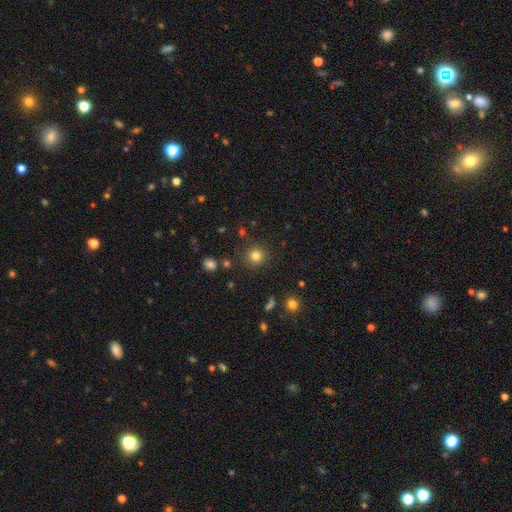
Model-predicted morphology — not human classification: Smooth or featured?
  - smooth: 80% *
  - star or artifact: 14%
  - featured or disk: 6%
How rounded?
  - round: 93% *
  - in between: 6%
  - cigar-shaped: 1%
Merging?
  - none: 88% *
  - minor disturbance: 7%
  - major disturbance: 3%
  - merger: 2%